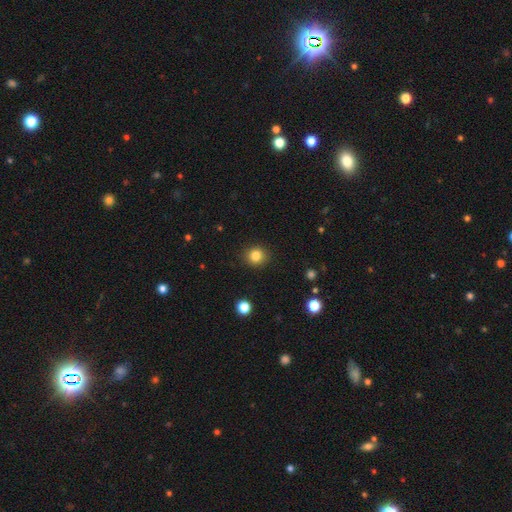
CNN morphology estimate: This is clearly a smooth galaxy (83%). How rounded: clearly round (86%). Merging: clearly none (90%).